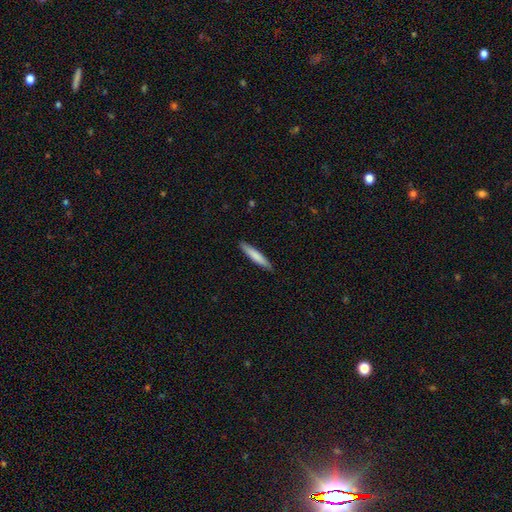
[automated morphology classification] type=smooth (78%); roundness=cigar-shaped (92%); merging=none (89%).